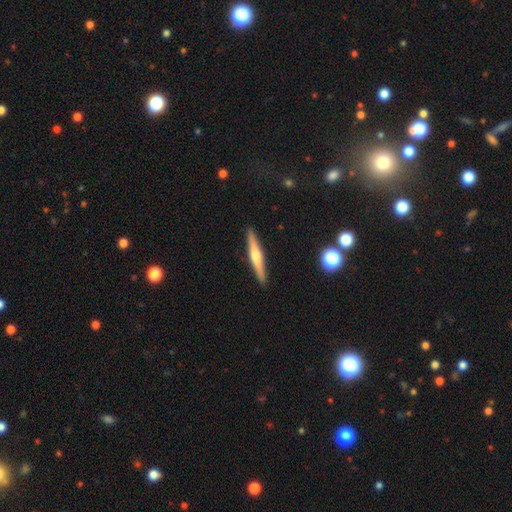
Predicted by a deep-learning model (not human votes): smooth-or-featured: featured or disk: 61% | smooth: 33% | star or artifact: 6%
  disk-edge-on: yes: 97% | no: 3%
    edge-on-bulge: rounded: 84% | none: 10% | boxy: 6%
  merging: none: 91% | minor disturbance: 6% | major disturbance: 1% | merger: 1%